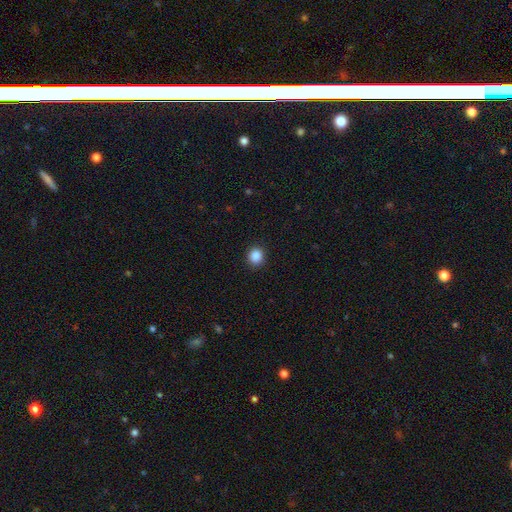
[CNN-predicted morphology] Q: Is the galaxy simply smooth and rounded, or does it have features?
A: smooth — 87%.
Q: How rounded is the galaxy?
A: round — 83%.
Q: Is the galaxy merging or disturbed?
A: none — 91%.